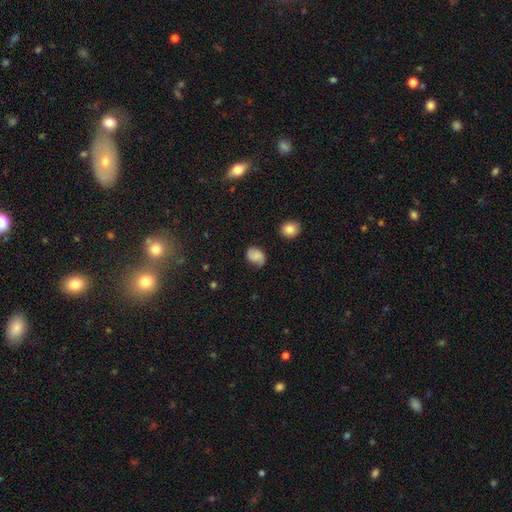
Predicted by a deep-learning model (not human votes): smooth 54%, featured or disk 36%, star or artifact 10%. Down the decision tree: how rounded — in between (60%); merging — none (68%).